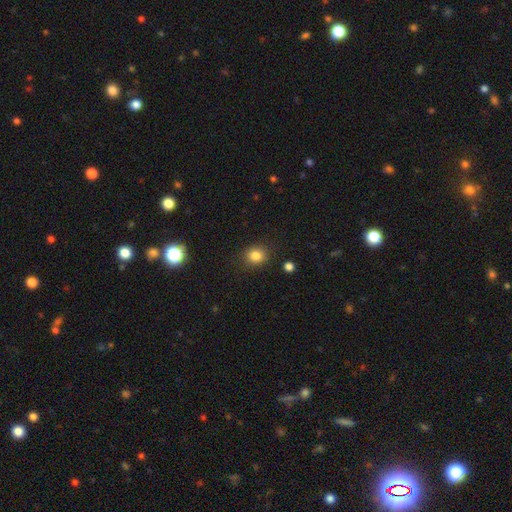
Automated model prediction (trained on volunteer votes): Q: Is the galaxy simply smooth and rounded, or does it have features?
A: smooth — 82%.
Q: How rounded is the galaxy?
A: round — 68%.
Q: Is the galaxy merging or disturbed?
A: none — 86%.